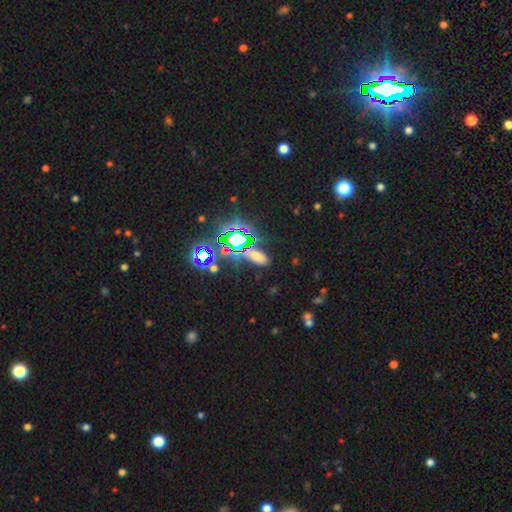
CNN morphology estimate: type=smooth (48%); merging=none (72%).